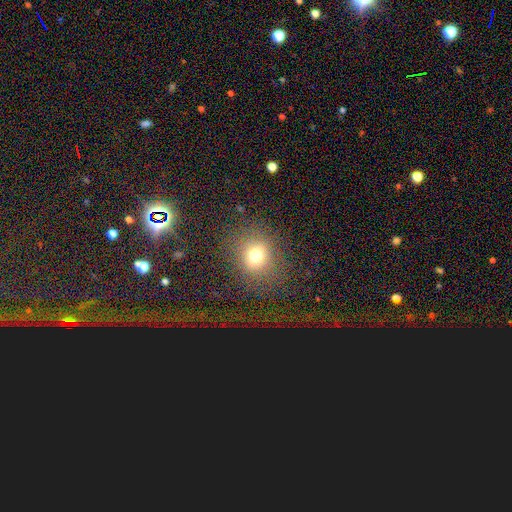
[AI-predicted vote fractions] A smooth galaxy with no disk features (71%) that is round (77%). Merging: none (74%).